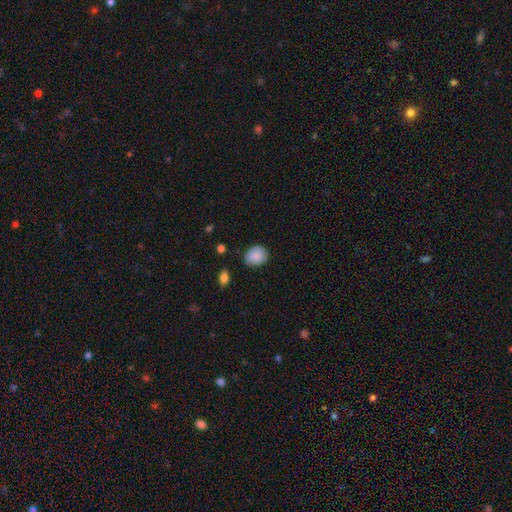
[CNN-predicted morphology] Smooth or featured: smooth — 88% (star or artifact — 7%)
How rounded: round — 62% (in between — 37%)
Merging: none — 77% (minor disturbance — 18%)